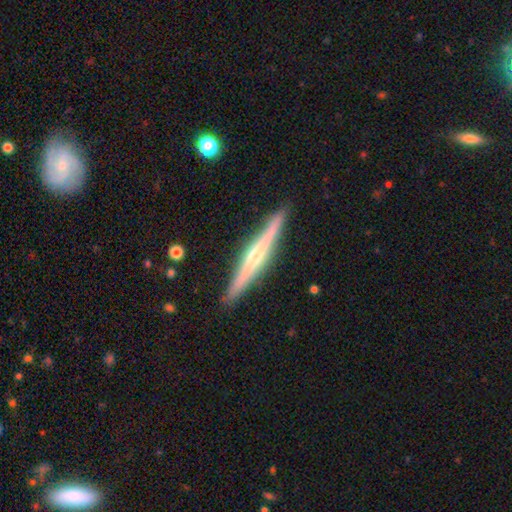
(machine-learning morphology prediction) Overall: featured or disk (74%). Edge-on disk: yes (98%). Edge-on bulge: rounded (79%). Merging: none (91%).